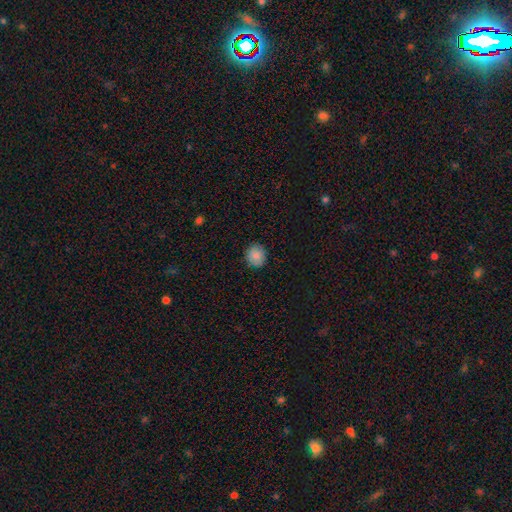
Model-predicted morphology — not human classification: A smooth galaxy with no disk features (86%) that is round (81%). Merging: none (88%).